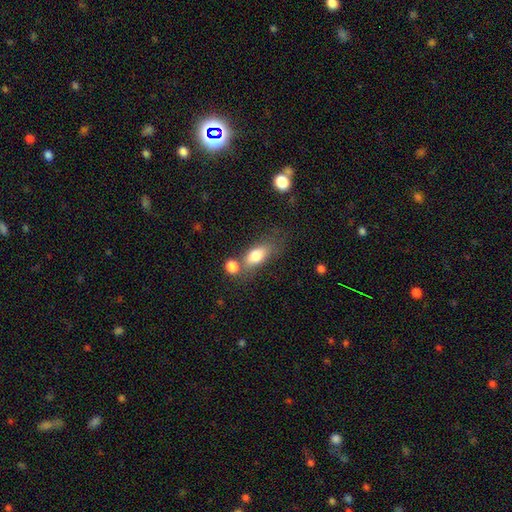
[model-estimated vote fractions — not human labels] A smooth galaxy with no disk features (77%) that is in between round and cigar-shaped (79%). Merging: none (47%).